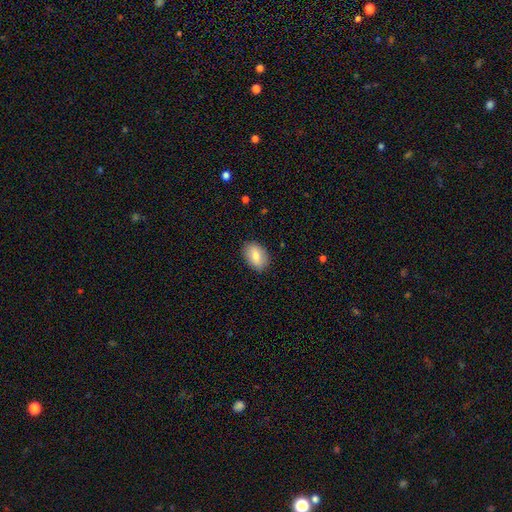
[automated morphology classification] This appears to be a smooth galaxy with no disk features (78%) that is in between round and cigar-shaped (83%). Merging: none (86%).